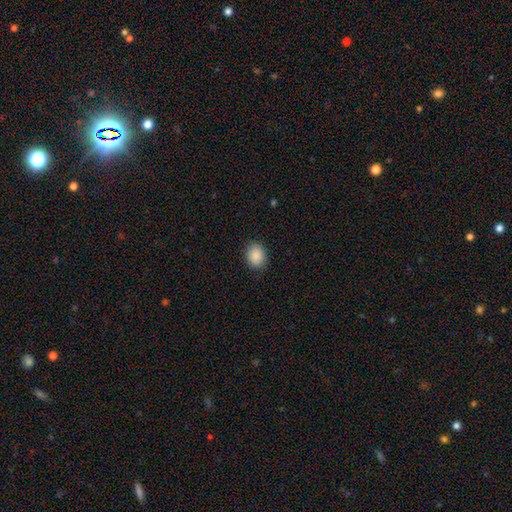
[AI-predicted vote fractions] The model was most divided on "how rounded": in between: 52%, round: 47%, cigar-shaped: 1%. More confident: smooth or featured — smooth (90%); merging — none (88%).